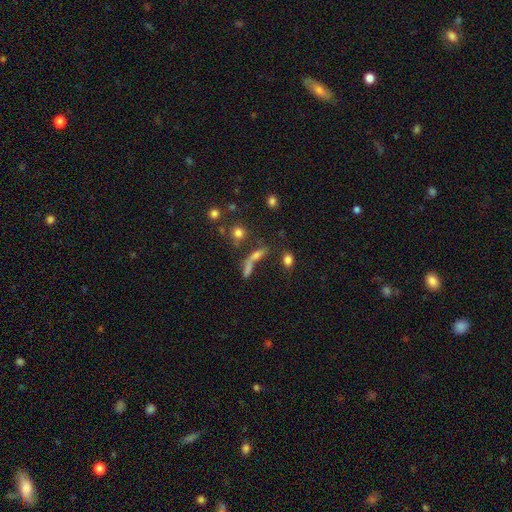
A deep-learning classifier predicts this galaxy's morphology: A smooth galaxy with no disk features (54%) that is cigar-shaped (41%). Merging: none (48%).